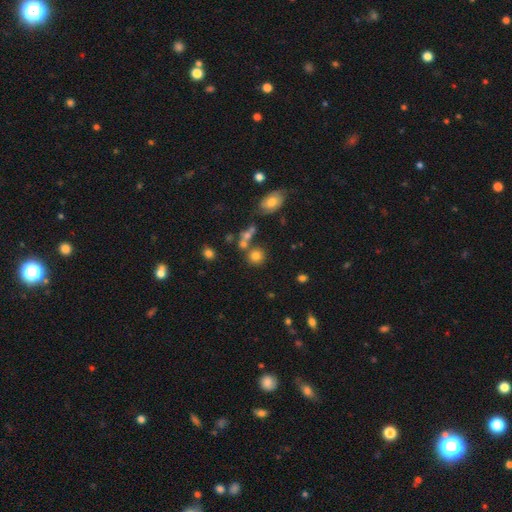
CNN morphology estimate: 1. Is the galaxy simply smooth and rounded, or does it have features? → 76% smooth, 14% star or artifact, 10% featured or disk.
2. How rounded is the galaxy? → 85% round, 14% in between, 1% cigar-shaped.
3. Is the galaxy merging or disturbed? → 68% none, 17% merger, 11% minor disturbance, 4% major disturbance.